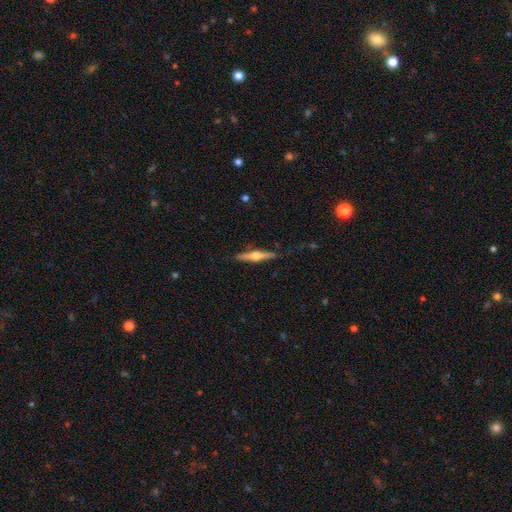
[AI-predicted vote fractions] Smooth or featured? featured or disk (73%)
Edge-on disk? yes (98%)
Edge-on bulge? rounded (96%)
Merging? none (87%)